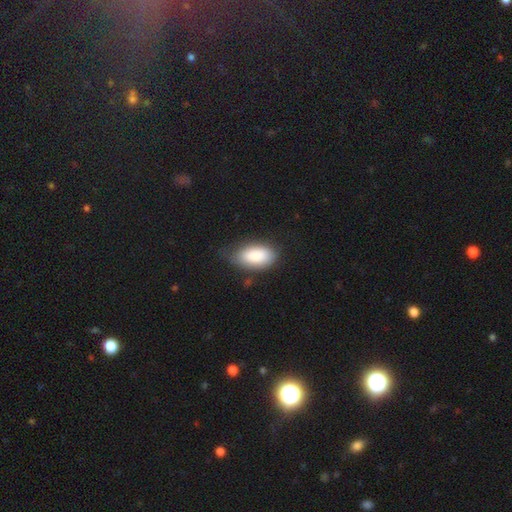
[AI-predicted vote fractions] A smooth galaxy with no disk features (86%) that is in between round and cigar-shaped (93%). Merging: none (65%).